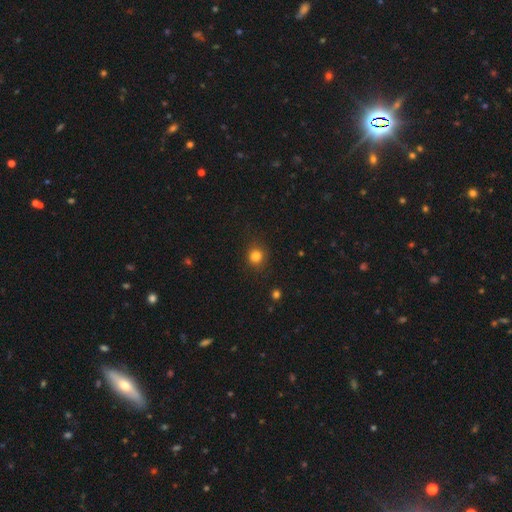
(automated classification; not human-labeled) A smooth galaxy with no disk features (83%) that is round (88%). Merging: none (88%).